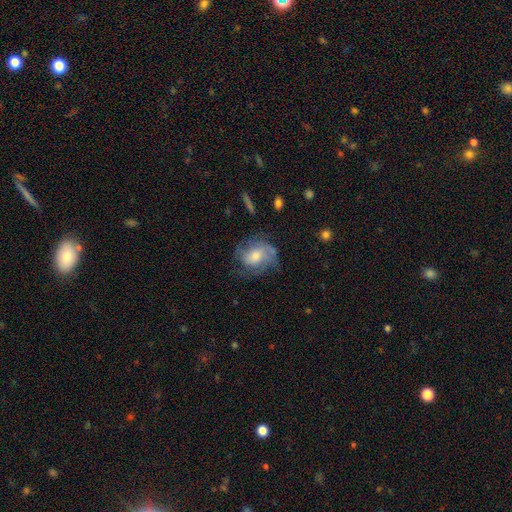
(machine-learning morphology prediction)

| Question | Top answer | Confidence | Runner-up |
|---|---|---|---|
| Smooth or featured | featured or disk | 57% | smooth (35%) |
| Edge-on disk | no | 97% | yes (3%) |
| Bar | no | 63% | weak (31%) |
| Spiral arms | yes | 81% | no (19%) |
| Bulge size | moderate | 53% | small (27%) |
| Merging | none | 55% | minor disturbance (24%) |